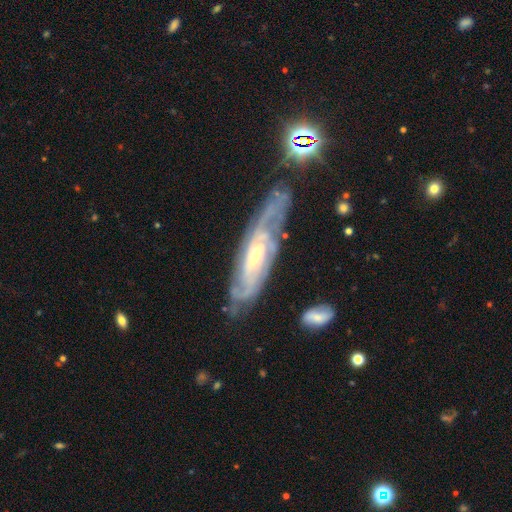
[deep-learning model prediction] A featured or disk galaxy (85%) with a weak bar (45%), tight (63%) spiral arms (94%) and a small central bulge (51%). Merging: none (69%).